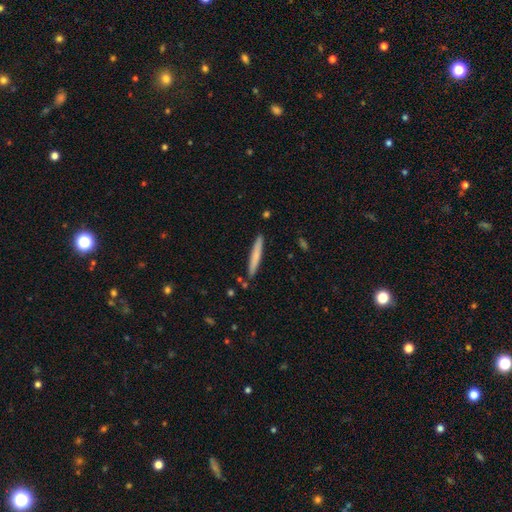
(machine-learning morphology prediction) Smooth or featured?
  - smooth: 71% *
  - featured or disk: 24%
  - star or artifact: 5%
How rounded?
  - cigar-shaped: 96% *
  - in between: 3%
  - round: 1%
Merging?
  - none: 89% *
  - minor disturbance: 8%
  - merger: 2%
  - major disturbance: 1%